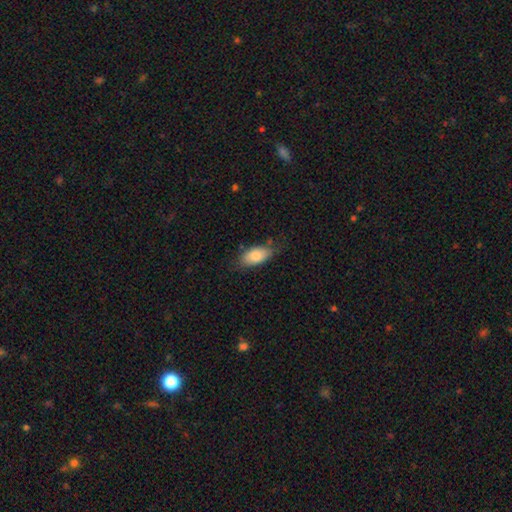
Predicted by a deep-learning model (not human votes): A smooth galaxy with no disk features (82%) that is in between round and cigar-shaped (91%). Merging: none (71%).